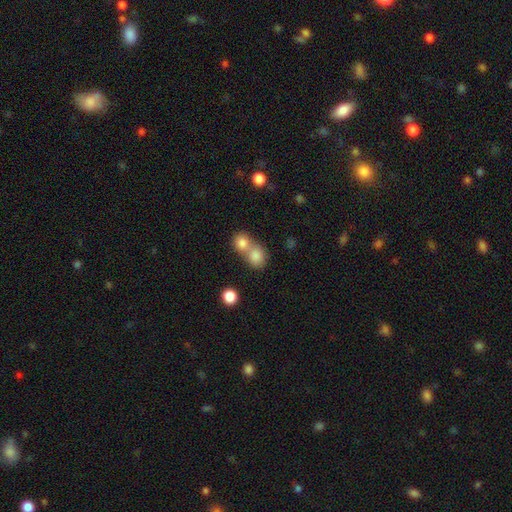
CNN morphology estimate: Smooth or featured?
  - smooth: 82% *
  - star or artifact: 10%
  - featured or disk: 8%
How rounded?
  - round: 72% *
  - in between: 26%
  - cigar-shaped: 1%
Merging?
  - merger: 61% *
  - none: 31%
  - minor disturbance: 5%
  - major disturbance: 3%